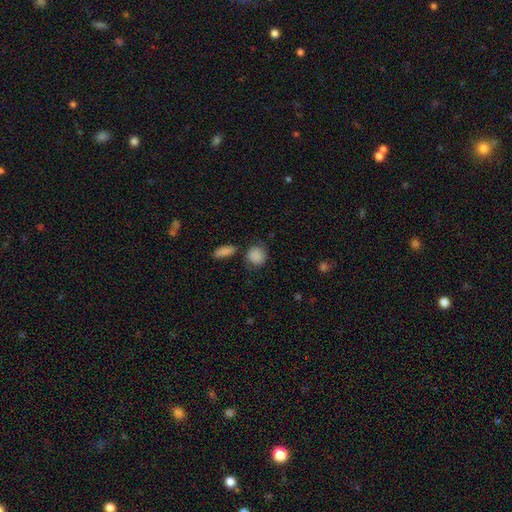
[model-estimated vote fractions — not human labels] smooth 86%, star or artifact 9%, featured or disk 5%. Down the decision tree: how rounded — round (78%); merging — none (69%).